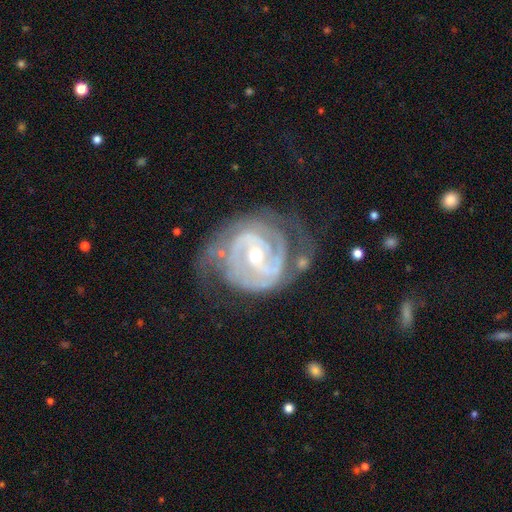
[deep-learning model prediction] Overall: featured or disk (91%). Edge-on disk: no (97%). Bar: weak (41%; no 31%). Spiral arms: yes (97%). Spiral arm count: 2 (56%; 3 17%). Spiral winding: tight (64%; medium 30%). Bulge size: small (52%; moderate 45%). Merging: none (57%; minor disturbance 23%).